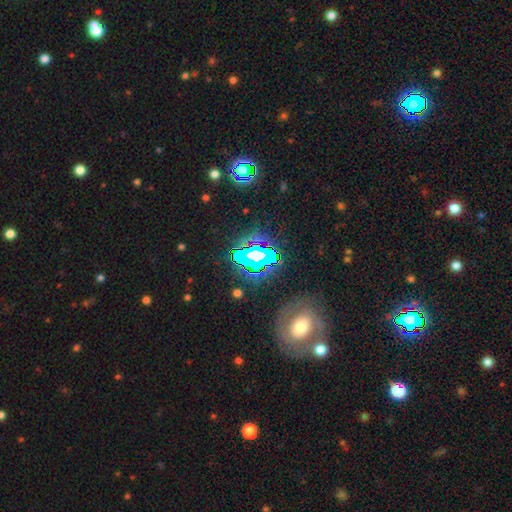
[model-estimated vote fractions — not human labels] Smooth or featured: star or artifact — 67% (smooth — 18%)